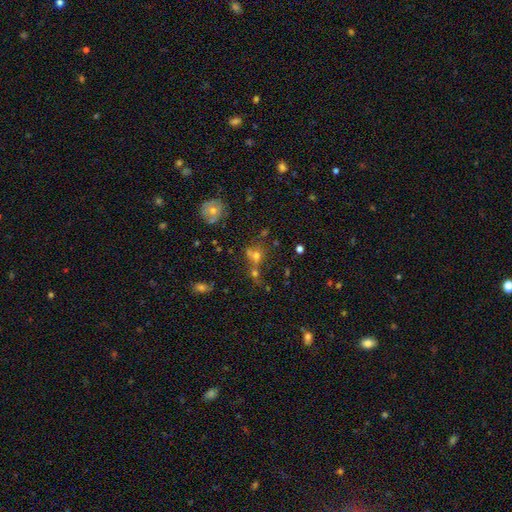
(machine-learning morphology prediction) smooth-or-featured: smooth: 55% | star or artifact: 28% | featured or disk: 17%
  how-rounded: round: 76% | in between: 22% | cigar-shaped: 2%
  merging: none: 42% | merger: 41% | minor disturbance: 10% | major disturbance: 7%